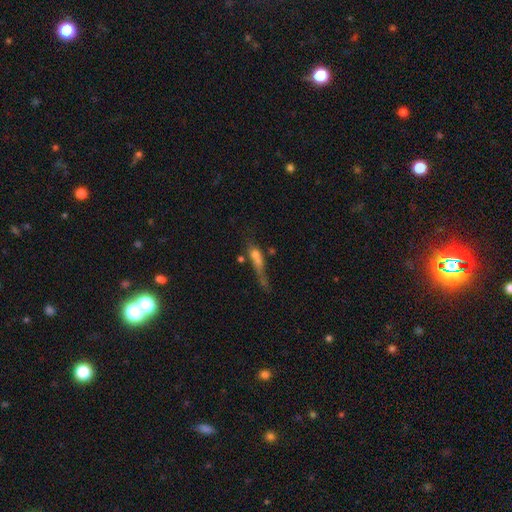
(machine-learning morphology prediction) Overall: smooth (49%; featured or disk 35%). Merging: none (28%, tied with merger).